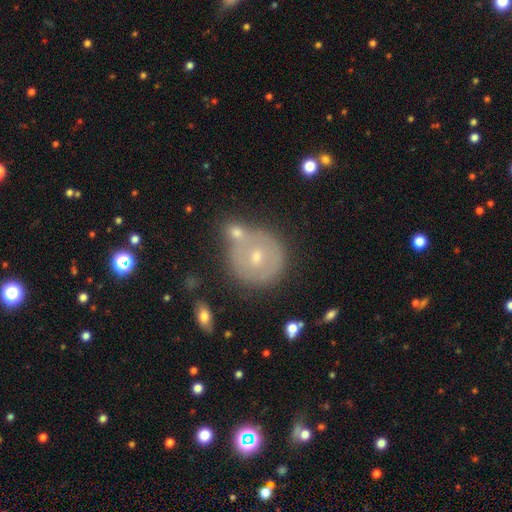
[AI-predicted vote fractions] This is possibly a featured or disk galaxy (52%). It is clearly not viewed edge-on (95%). Merging: possibly none (59%).